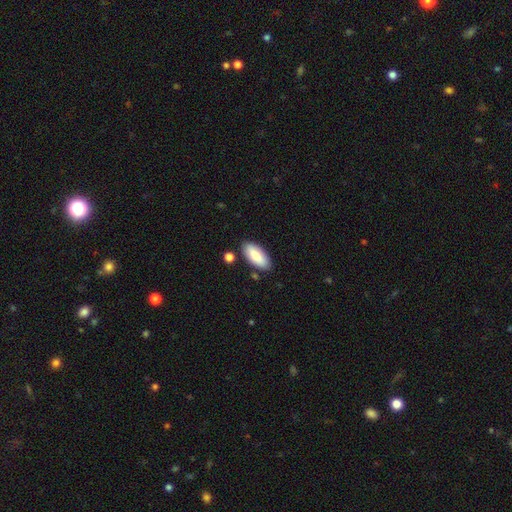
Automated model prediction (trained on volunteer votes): Smooth or featured?
  - smooth: 80% *
  - featured or disk: 14%
  - star or artifact: 6%
How rounded?
  - in between: 86% *
  - cigar-shaped: 12%
  - round: 2%
Merging?
  - none: 83% *
  - minor disturbance: 10%
  - merger: 4%
  - major disturbance: 2%